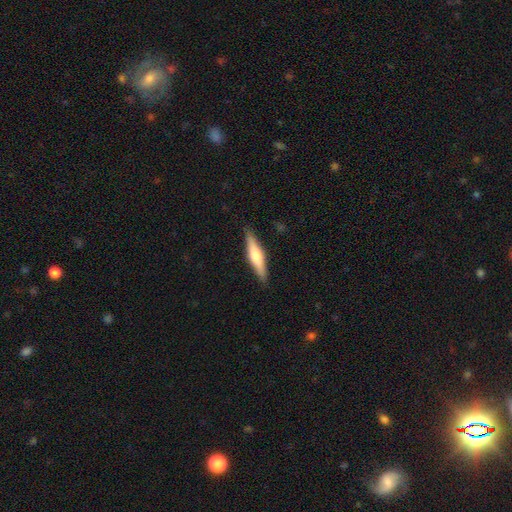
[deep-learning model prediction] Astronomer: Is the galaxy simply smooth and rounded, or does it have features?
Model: smooth — 49% (runner-up: featured or disk, 45%).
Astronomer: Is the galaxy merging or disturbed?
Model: none — 89%.